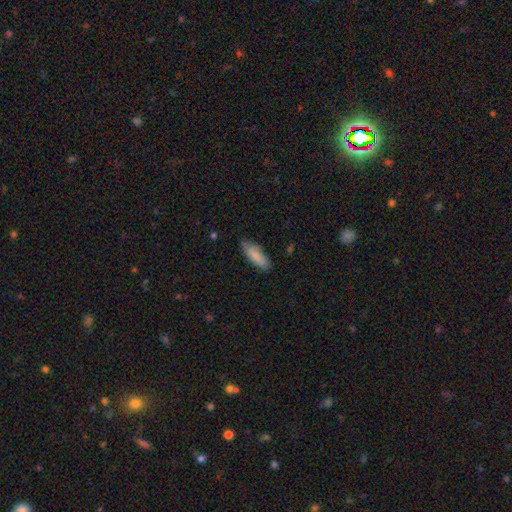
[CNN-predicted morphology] A smooth galaxy with no disk features (84%) that is in between round and cigar-shaped (64%).

Vote fractions:
- Smooth or featured? smooth: 84% / featured or disk: 10% / star or artifact: 6%
- How rounded? in between: 64% / cigar-shaped: 34% / round: 2%
- Merging? none: 78% / minor disturbance: 18% / major disturbance: 3% / merger: 1%